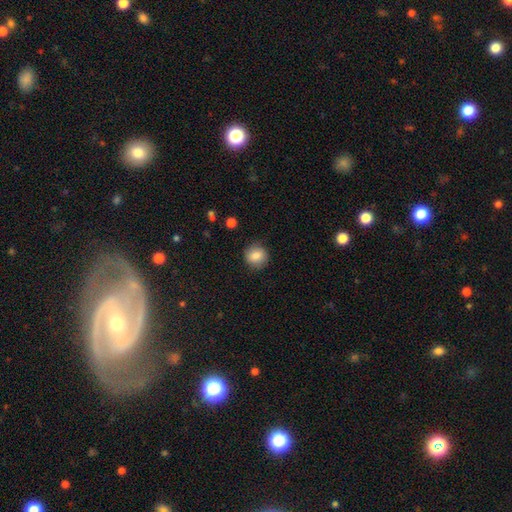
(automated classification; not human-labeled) Smooth or featured? smooth (83%)
How rounded? round (88%)
Merging? none (85%)